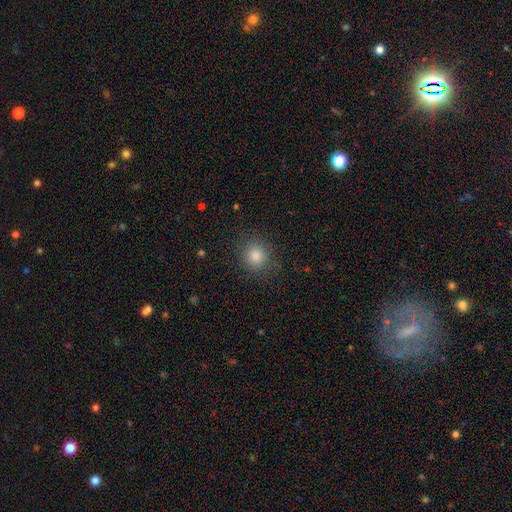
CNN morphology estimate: Q: Smooth or featured?
A: smooth (83%); runner-up: star or artifact (13%)
Q: How rounded?
A: round (88%); runner-up: in between (11%)
Q: Merging?
A: none (88%); runner-up: minor disturbance (8%)